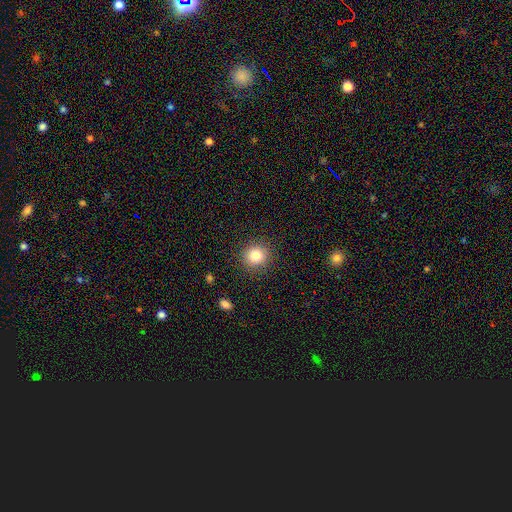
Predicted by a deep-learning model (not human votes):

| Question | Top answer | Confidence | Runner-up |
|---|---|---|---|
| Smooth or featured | smooth | 82% | star or artifact (11%) |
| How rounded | round | 87% | in between (12%) |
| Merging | none | 90% | minor disturbance (7%) |